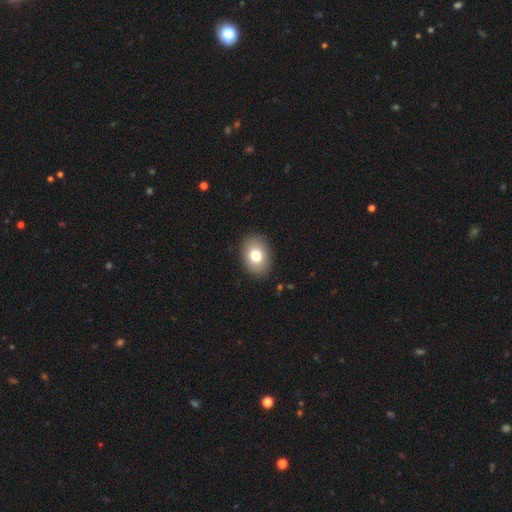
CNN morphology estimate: smooth-or-featured: smooth: 78% | featured or disk: 14% | star or artifact: 8%
  how-rounded: in between: 74% | round: 25% | cigar-shaped: 1%
  merging: none: 89% | minor disturbance: 8% | major disturbance: 2% | merger: 1%